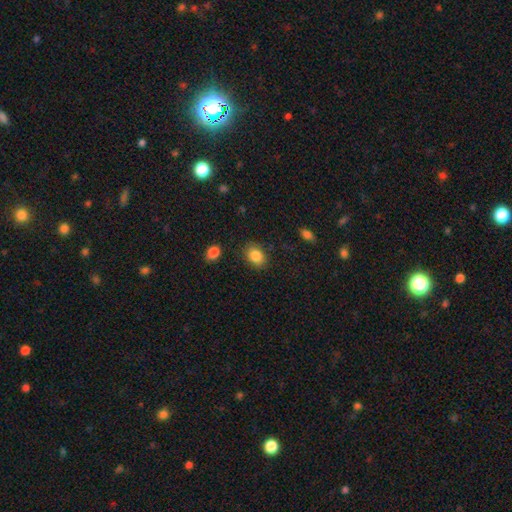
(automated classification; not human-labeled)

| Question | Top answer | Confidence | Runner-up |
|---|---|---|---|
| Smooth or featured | smooth | 86% | star or artifact (9%) |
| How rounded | in between | 67% | round (32%) |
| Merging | none | 84% | minor disturbance (11%) |